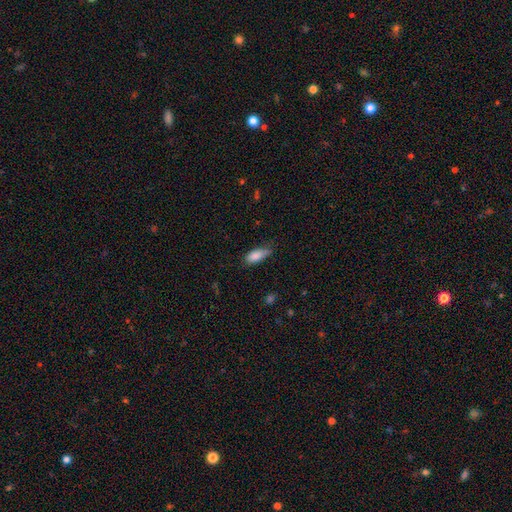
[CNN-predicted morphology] Smooth or featured? smooth (85%)
How rounded? in between (80%)
Merging? none (56%)